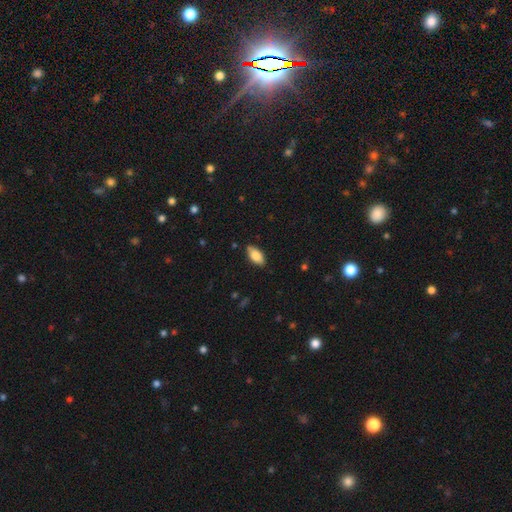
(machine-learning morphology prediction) smooth 81%, featured or disk 12%, star or artifact 7%. Down the decision tree: how rounded — in between (90%); merging — none (86%).